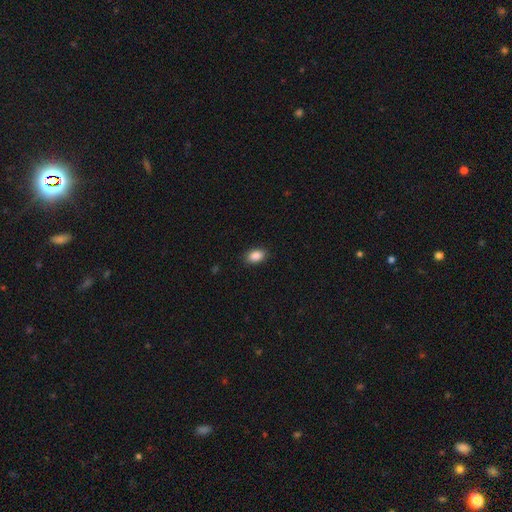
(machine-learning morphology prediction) Smooth or featured?
  - smooth: 88% *
  - star or artifact: 8%
  - featured or disk: 4%
How rounded?
  - in between: 88% *
  - round: 10%
  - cigar-shaped: 2%
Merging?
  - none: 88% *
  - minor disturbance: 9%
  - major disturbance: 2%
  - merger: 1%